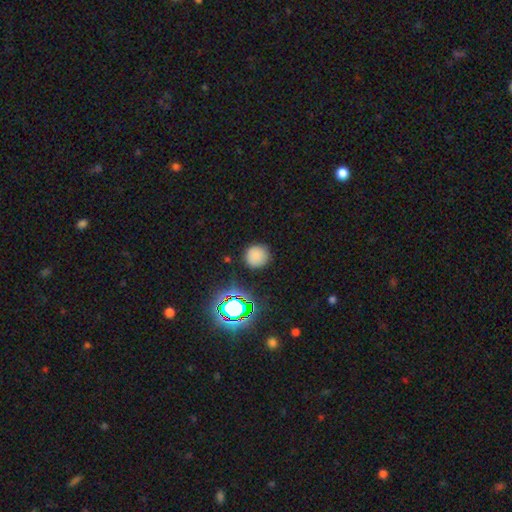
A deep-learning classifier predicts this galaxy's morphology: smooth_or_featured: smooth (p=0.76) [alt: star or artifact p=0.18]
how_rounded: round (p=0.93) [alt: in between p=0.06]
merging: none (p=0.86) [alt: minor disturbance p=0.09]